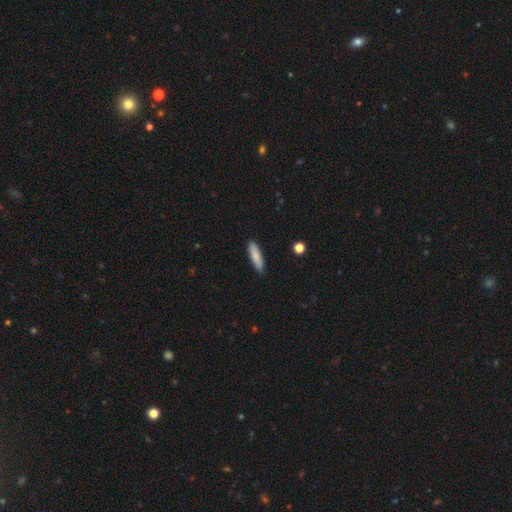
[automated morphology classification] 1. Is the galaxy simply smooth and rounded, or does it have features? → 83% smooth, 11% featured or disk, 6% star or artifact.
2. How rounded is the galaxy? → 73% cigar-shaped, 25% in between, 2% round.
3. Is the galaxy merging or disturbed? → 89% none, 8% minor disturbance, 2% major disturbance, 1% merger.